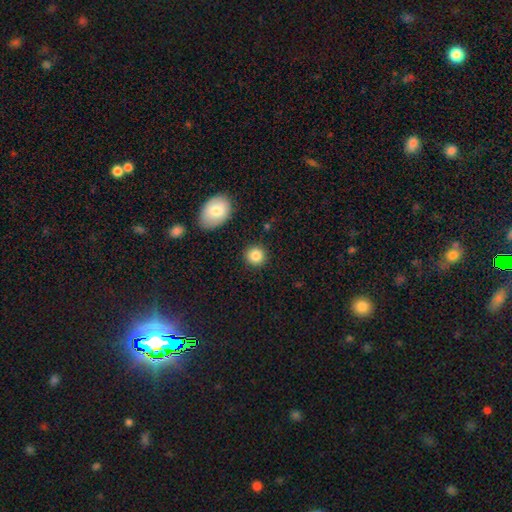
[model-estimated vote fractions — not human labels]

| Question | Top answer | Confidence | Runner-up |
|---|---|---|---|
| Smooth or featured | smooth | 85% | star or artifact (9%) |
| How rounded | round | 90% | in between (9%) |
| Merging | none | 90% | minor disturbance (6%) |